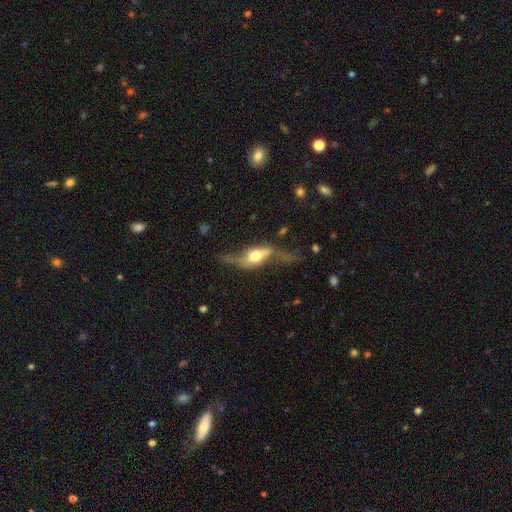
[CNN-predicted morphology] A featured or disk galaxy (66%). Merging: none (39%).